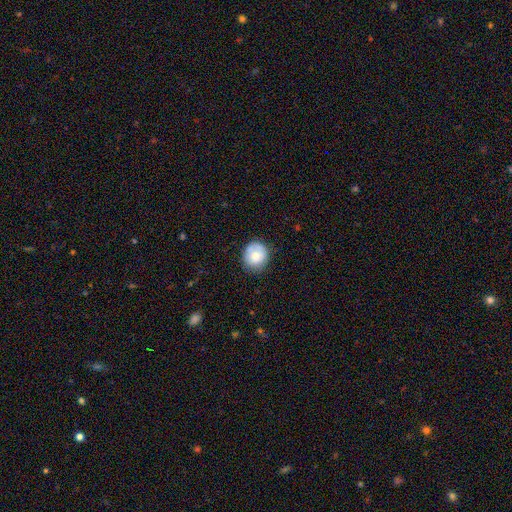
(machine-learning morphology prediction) Smooth or featured? smooth (71%)
How rounded? round (80%)
Merging? none (72%)